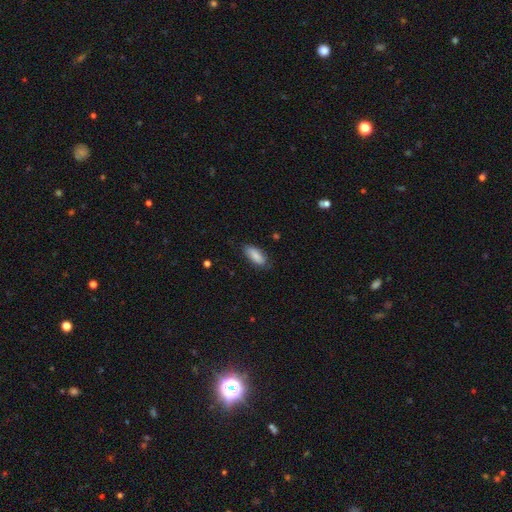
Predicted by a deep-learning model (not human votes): A smooth galaxy with no disk features (84%) that is in between round and cigar-shaped (84%). Merging: none (76%).